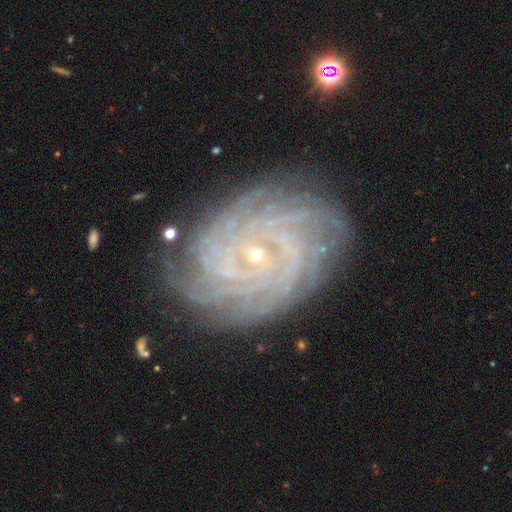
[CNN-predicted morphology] Q: Smooth or featured?
A: featured or disk (88%); runner-up: star or artifact (7%)
Q: Edge-on disk?
A: no (97%); runner-up: yes (3%)
Q: Bar?
A: no (62%); runner-up: weak (27%)
Q: Spiral arms?
A: yes (98%); runner-up: no (2%)
Q: Spiral winding?
A: tight (81%); runner-up: medium (15%)
Q: Spiral arm count?
A: more than 4 (38%); runner-up: 4 (19%)
Q: Bulge size?
A: small (86%); runner-up: moderate (10%)
Q: Merging?
A: none (81%); runner-up: minor disturbance (13%)